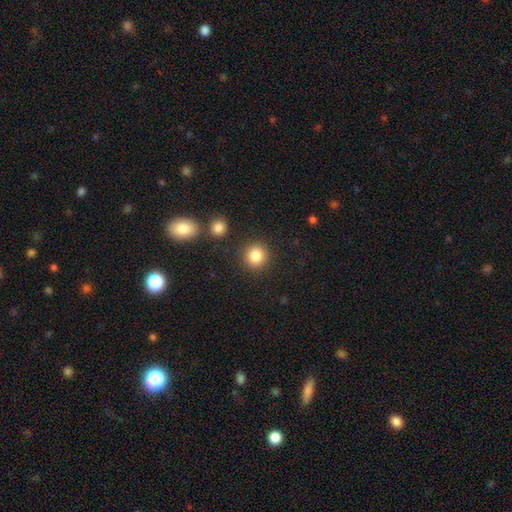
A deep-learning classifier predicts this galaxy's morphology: smooth-or-featured: smooth: 85% | star or artifact: 10% | featured or disk: 5%
  how-rounded: round: 90% | in between: 9% | cigar-shaped: 1%
  merging: none: 87% | minor disturbance: 7% | merger: 3% | major disturbance: 3%